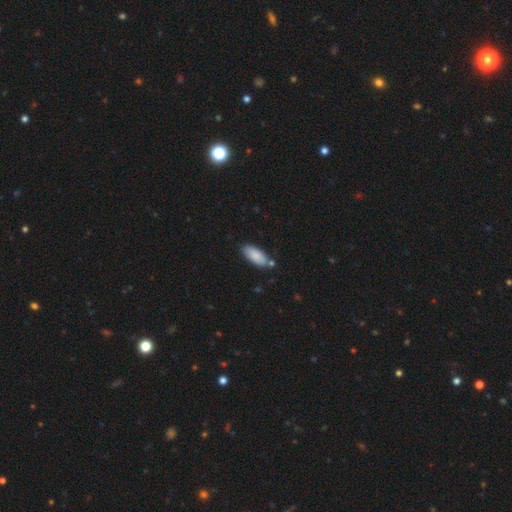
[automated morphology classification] Q: Smooth or featured?
A: smooth (86%); runner-up: featured or disk (8%)
Q: How rounded?
A: in between (85%); runner-up: cigar-shaped (13%)
Q: Merging?
A: none (75%); runner-up: minor disturbance (15%)